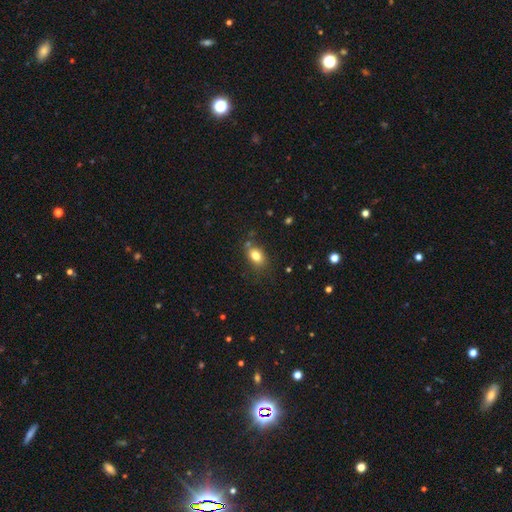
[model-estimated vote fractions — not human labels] smooth_or_featured: smooth (p=0.81) [alt: star or artifact p=0.10]
how_rounded: in between (p=0.82) [alt: round p=0.16]
merging: none (p=0.73) [alt: minor disturbance p=0.17]